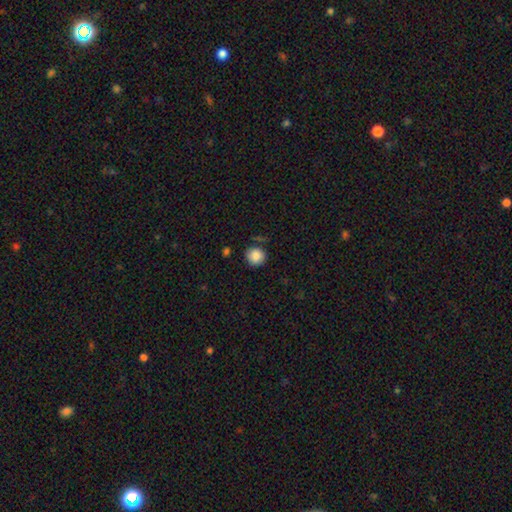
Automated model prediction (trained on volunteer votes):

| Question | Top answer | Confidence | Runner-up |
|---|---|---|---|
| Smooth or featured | smooth | 86% | star or artifact (9%) |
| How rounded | round | 89% | in between (10%) |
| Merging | none | 79% | minor disturbance (14%) |